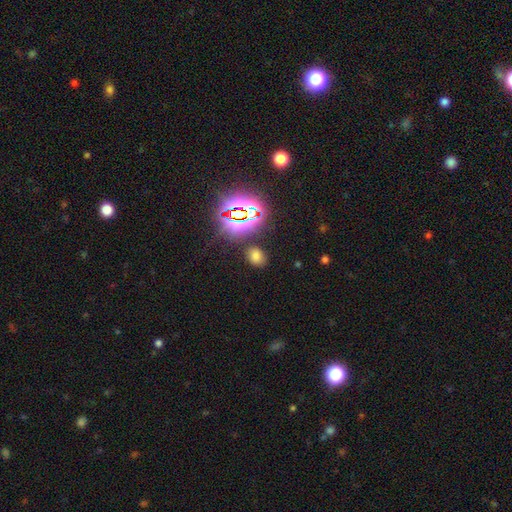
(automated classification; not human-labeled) Smooth or featured? smooth (61%)
How rounded? in between (59%)
Merging? none (84%)